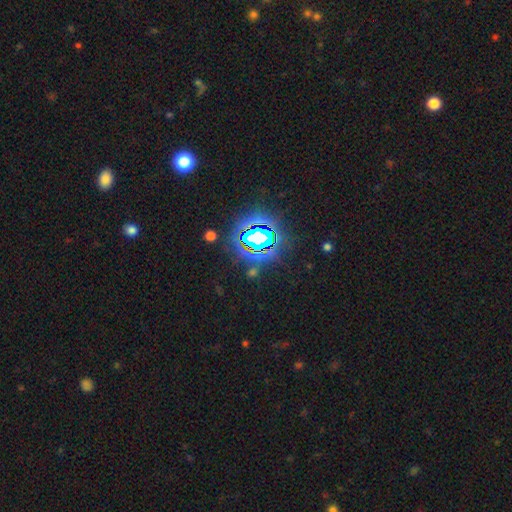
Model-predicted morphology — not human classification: star or artifact 83%, smooth 10%, featured or disk 7%.